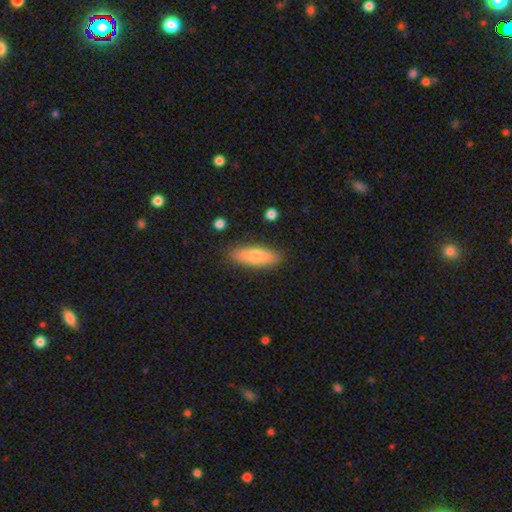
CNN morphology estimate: A smooth galaxy with no disk features (75%) that is in between round and cigar-shaped (52%).

Vote fractions:
- Smooth or featured? smooth: 75% / featured or disk: 19% / star or artifact: 6%
- How rounded? in between: 52% / cigar-shaped: 46% / round: 2%
- Merging? none: 85% / minor disturbance: 11% / major disturbance: 2% / merger: 2%